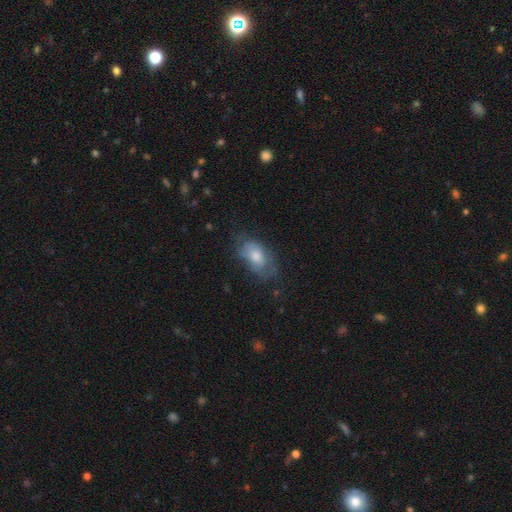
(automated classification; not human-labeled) smooth_or_featured: smooth (p=0.57) [alt: featured or disk p=0.34]
how_rounded: in between (p=0.89) [alt: round p=0.08]
merging: none (p=0.62) [alt: minor disturbance p=0.25]